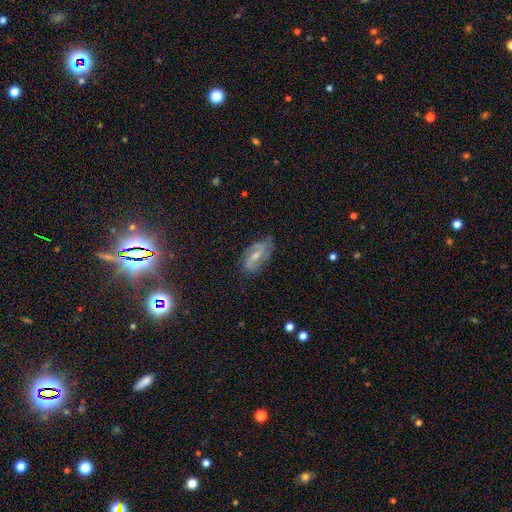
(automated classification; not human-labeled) Smooth or featured? Predicted: featured or disk (p=0.73). Edge-on disk? Predicted: no (p=0.93). Bar? Predicted: weak (p=0.47). Spiral arms? Predicted: yes (p=0.91). Spiral winding? Predicted: medium (p=0.42). Spiral arm count? Predicted: 2 (p=0.72). Bulge size? Predicted: small (p=0.50). Merging? Predicted: none (p=0.67).